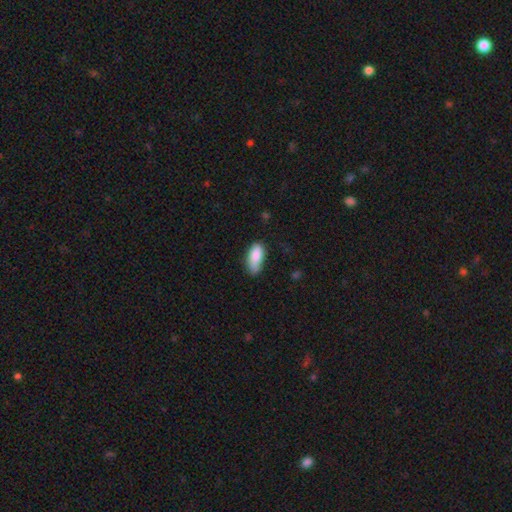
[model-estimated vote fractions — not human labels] Smooth or featured?
  - smooth: 85% *
  - featured or disk: 8%
  - star or artifact: 7%
How rounded?
  - in between: 85% *
  - cigar-shaped: 13%
  - round: 2%
Merging?
  - none: 54% *
  - minor disturbance: 35%
  - major disturbance: 8%
  - merger: 3%